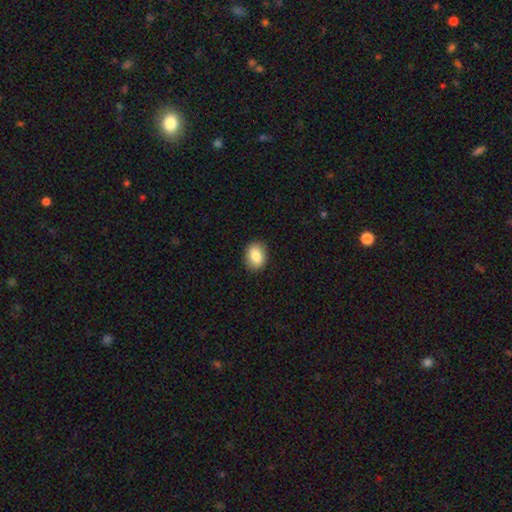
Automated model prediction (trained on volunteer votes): Overall: smooth (85%). How rounded: in between (62%; round 37%). Merging: none (88%).